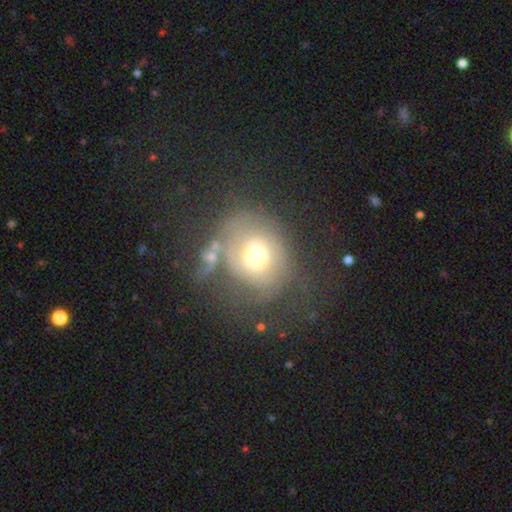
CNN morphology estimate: type=smooth (57%); roundness=round (70%); merging=none (42%).